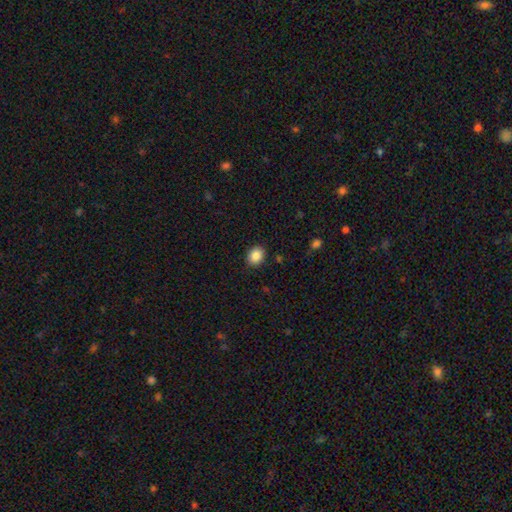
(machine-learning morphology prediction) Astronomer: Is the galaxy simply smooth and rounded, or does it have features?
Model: smooth — 87%.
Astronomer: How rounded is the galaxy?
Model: round — 51% (runner-up: in between, 48%).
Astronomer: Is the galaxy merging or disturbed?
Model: none — 88%.